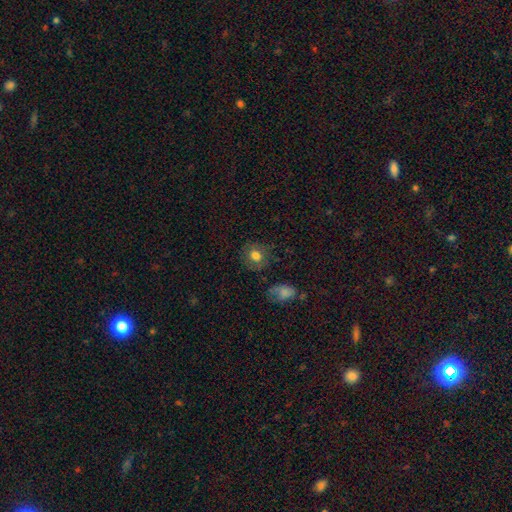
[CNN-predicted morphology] Smooth or featured? smooth (74%)
How rounded? round (80%)
Merging? none (78%)